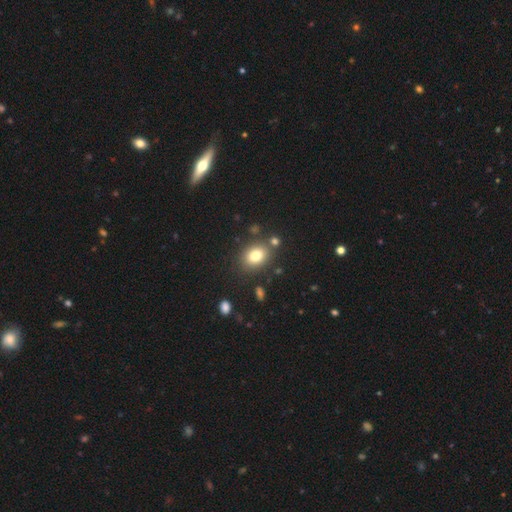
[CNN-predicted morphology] Smooth or featured: smooth — 80% (star or artifact — 11%)
How rounded: in between — 61% (round — 38%)
Merging: none — 79% (minor disturbance — 11%)